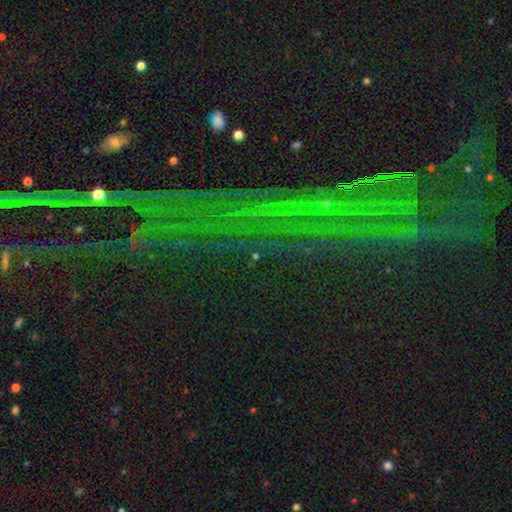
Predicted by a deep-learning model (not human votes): Morphology: type=star or artifact (80%).